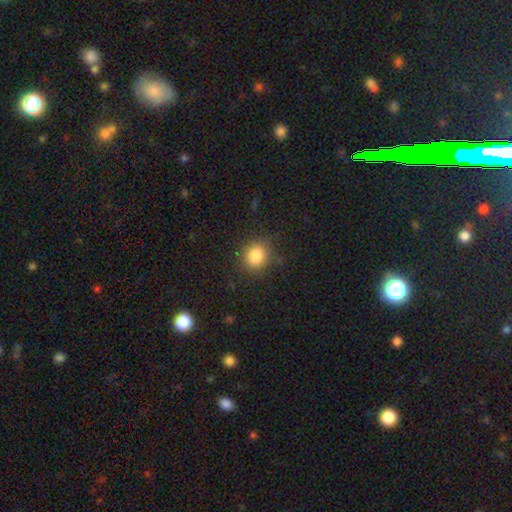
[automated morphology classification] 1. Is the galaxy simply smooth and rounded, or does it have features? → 84% smooth, 11% star or artifact, 5% featured or disk.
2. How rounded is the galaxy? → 76% round, 23% in between, 1% cigar-shaped.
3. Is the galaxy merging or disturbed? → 83% none, 12% minor disturbance, 4% major disturbance, 1% merger.